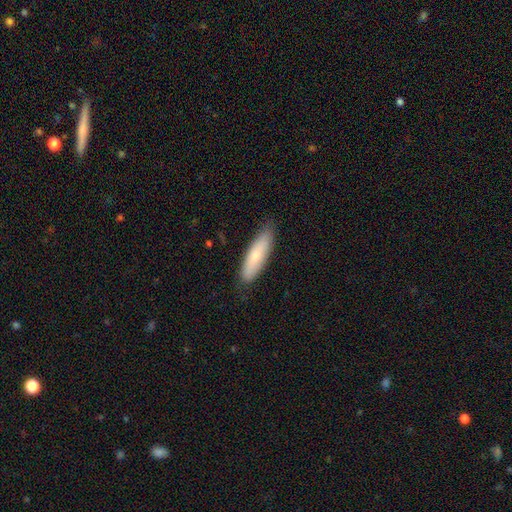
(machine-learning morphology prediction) smooth-or-featured: smooth: 73% | featured or disk: 21% | star or artifact: 6%
  how-rounded: cigar-shaped: 60% | in between: 39% | round: 2%
  merging: none: 83% | minor disturbance: 14% | major disturbance: 2% | merger: 1%